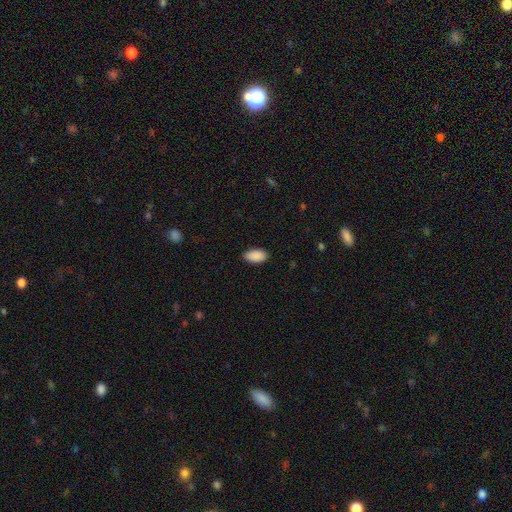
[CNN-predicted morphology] Smooth or featured? smooth (91%)
How rounded? in between (95%)
Merging? none (88%)